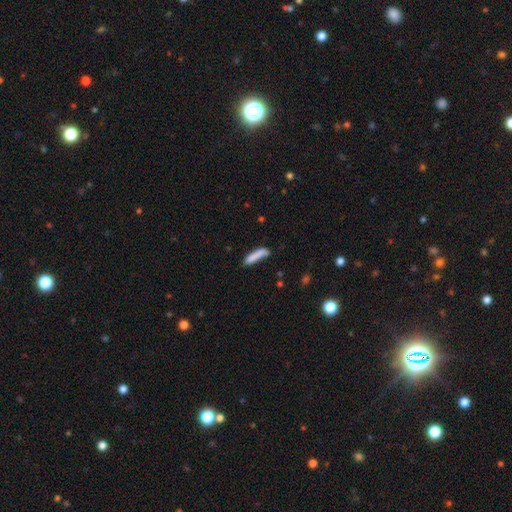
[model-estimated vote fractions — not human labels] smooth 82%, featured or disk 11%, star or artifact 7%. Down the decision tree: how rounded — cigar-shaped (84%); merging — none (65%).